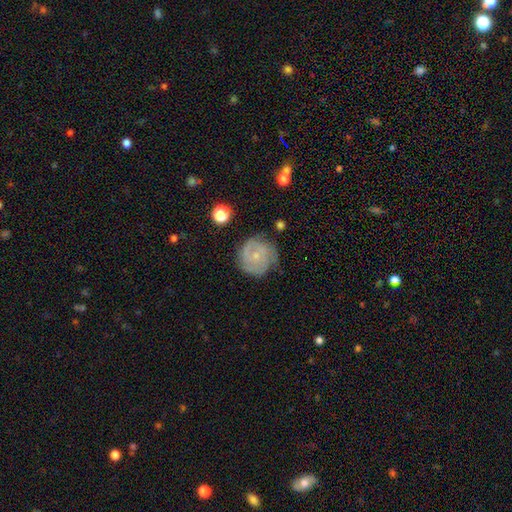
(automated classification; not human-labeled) Smooth or featured: featured or disk — 60% (smooth — 32%)
Edge-on disk: no — 98% (yes — 2%)
Bar: no — 77% (weak — 20%)
Spiral arms: yes — 81% (no — 19%)
Bulge size: small — 74% (moderate — 20%)
Merging: none — 70% (minor disturbance — 21%)